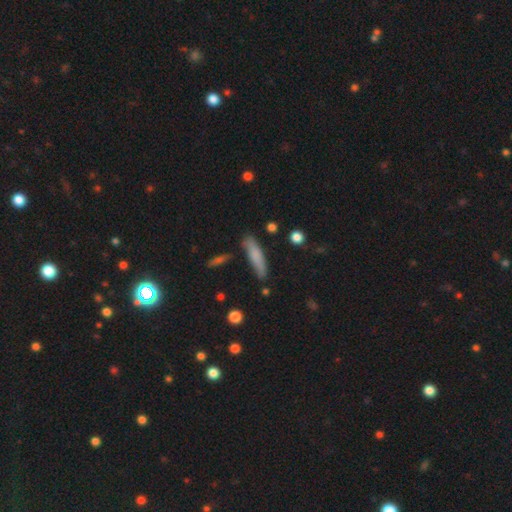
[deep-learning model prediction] smooth 75%, featured or disk 18%, star or artifact 7%. Down the decision tree: how rounded — cigar-shaped (78%); merging — none (77%).